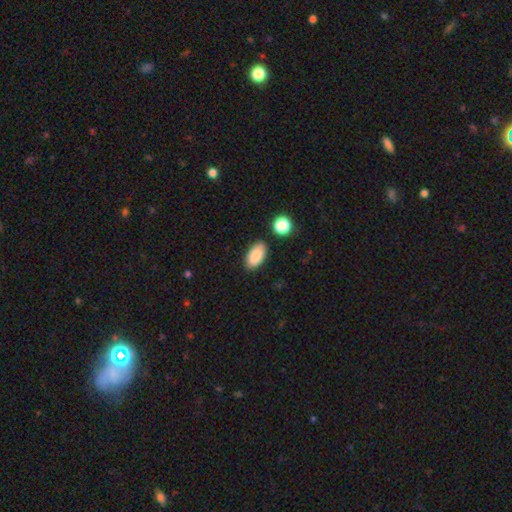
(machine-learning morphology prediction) Smooth or featured?
  - smooth: 88% *
  - star or artifact: 7%
  - featured or disk: 5%
How rounded?
  - in between: 94% *
  - round: 4%
  - cigar-shaped: 2%
Merging?
  - none: 84% *
  - minor disturbance: 10%
  - merger: 3%
  - major disturbance: 2%